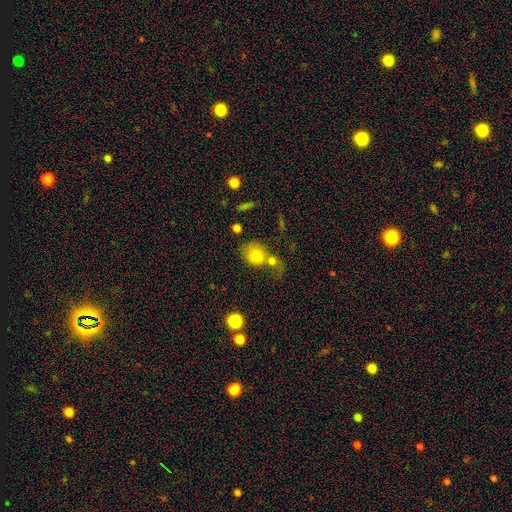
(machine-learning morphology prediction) Smooth or featured?
  - smooth: 76% *
  - featured or disk: 15%
  - star or artifact: 10%
How rounded?
  - round: 67% *
  - in between: 32%
  - cigar-shaped: 1%
Merging?
  - merger: 51% *
  - none: 30%
  - minor disturbance: 10%
  - major disturbance: 9%